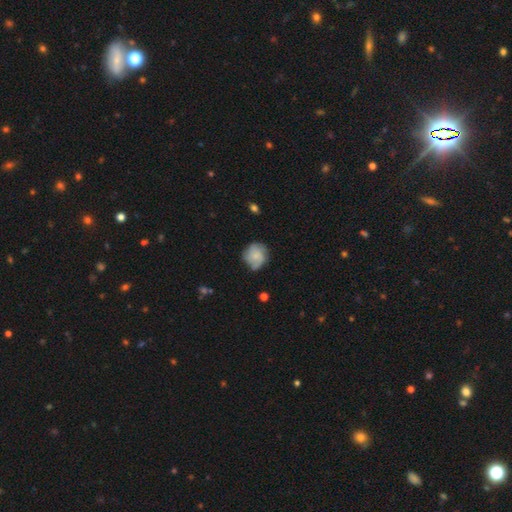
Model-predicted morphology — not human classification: This is possibly a smooth galaxy (56%). How rounded: clearly round (80%). Merging: likely none (66%).